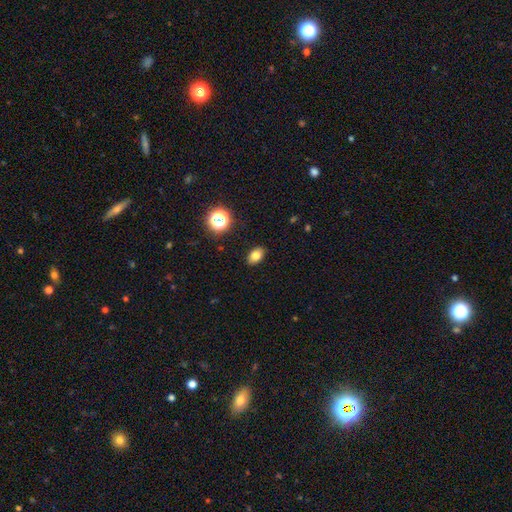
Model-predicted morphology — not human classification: Q: Smooth or featured?
A: smooth (79%); runner-up: star or artifact (12%)
Q: How rounded?
A: in between (84%); runner-up: round (14%)
Q: Merging?
A: none (88%); runner-up: minor disturbance (8%)